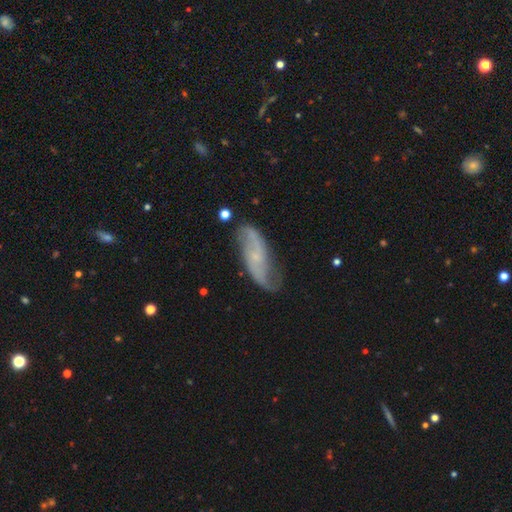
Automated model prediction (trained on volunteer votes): This appears to be a featured or disk galaxy (74%) with no bar (60%), 2 (86%) loose (56%) spiral arms (92%) and a small central bulge (71%). Merging: none (69%).